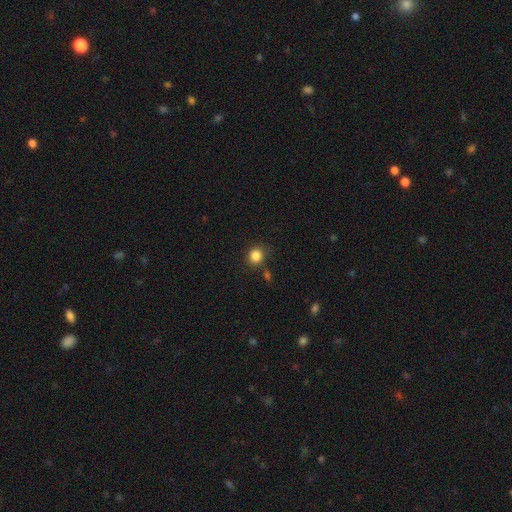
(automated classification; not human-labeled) This appears to be a smooth galaxy with no disk features (85%) that is round (81%). Merging: none (80%).